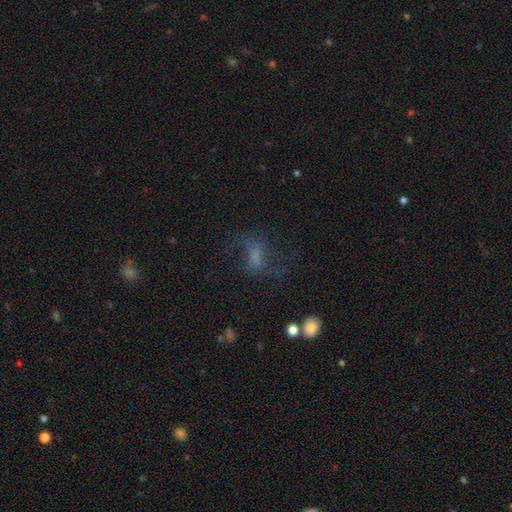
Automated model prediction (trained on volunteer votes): Smooth or featured: featured or disk — 45% (smooth — 36%)
Merging: none — 49% (major disturbance — 30%)